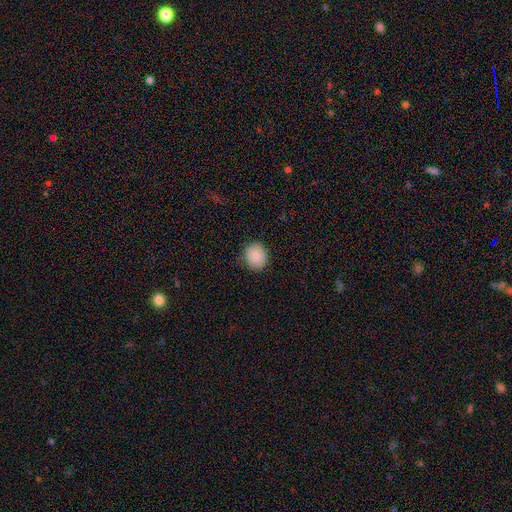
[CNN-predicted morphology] type=smooth (87%); roundness=round (72%); merging=none (87%).